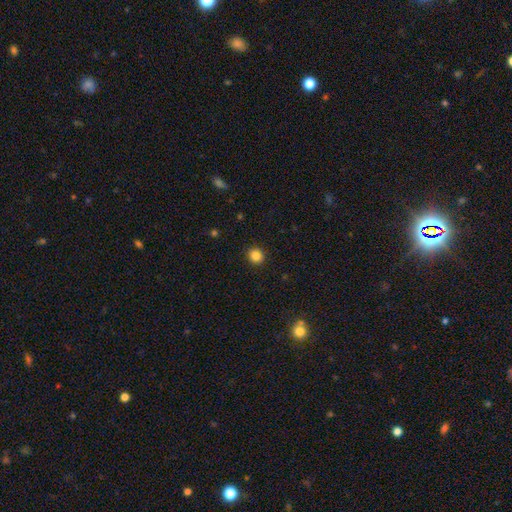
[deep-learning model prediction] Q: Smooth or featured?
A: smooth (85%); runner-up: star or artifact (11%)
Q: How rounded?
A: round (88%); runner-up: in between (11%)
Q: Merging?
A: none (92%); runner-up: minor disturbance (5%)